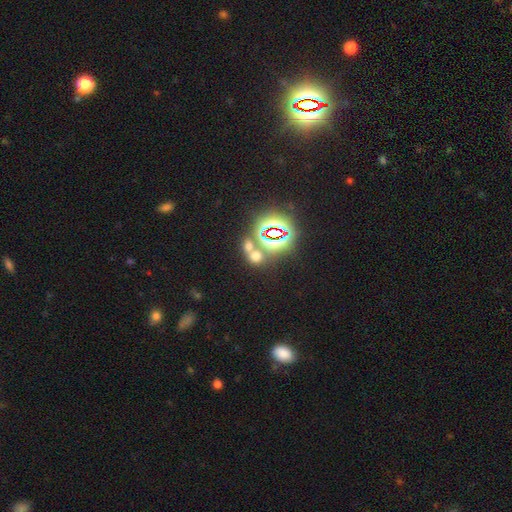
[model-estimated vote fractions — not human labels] The model was most divided on "smooth or featured": star or artifact: 45%, smooth: 44%, featured or disk: 10%.